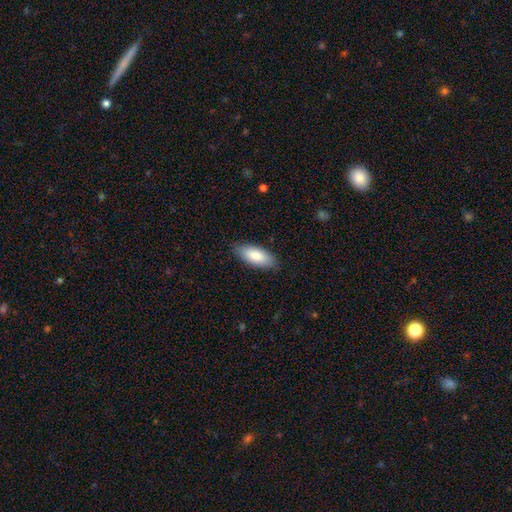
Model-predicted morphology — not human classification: smooth 85%, featured or disk 10%, star or artifact 5%. Down the decision tree: how rounded — in between (83%); merging — none (85%).